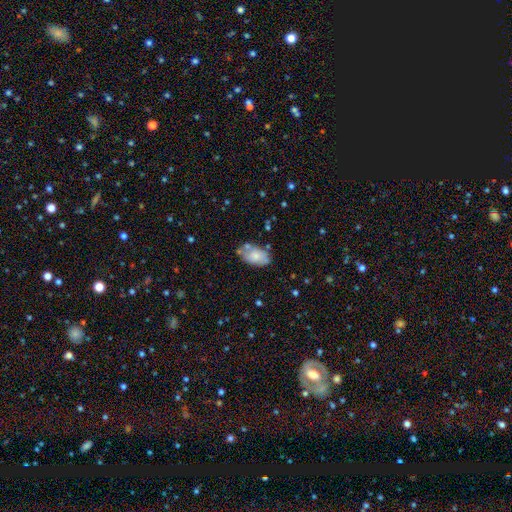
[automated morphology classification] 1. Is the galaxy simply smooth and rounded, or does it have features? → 69% smooth, 24% featured or disk, 7% star or artifact.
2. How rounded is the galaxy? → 93% in between, 5% round, 2% cigar-shaped.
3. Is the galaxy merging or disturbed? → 58% none, 25% minor disturbance, 10% merger, 7% major disturbance.